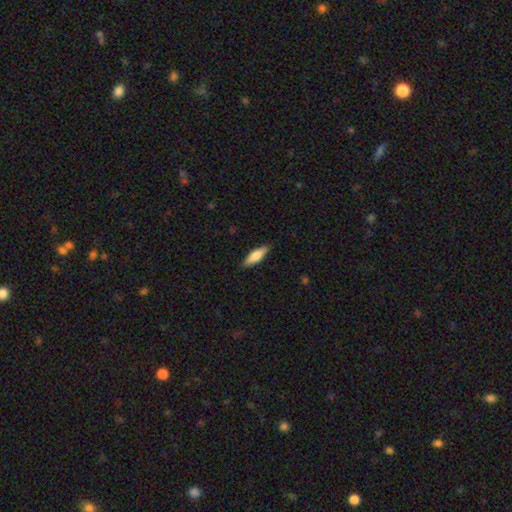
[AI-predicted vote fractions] Q: Smooth or featured?
A: smooth (68%); runner-up: featured or disk (26%)
Q: How rounded?
A: cigar-shaped (52%); runner-up: in between (46%)
Q: Merging?
A: none (87%); runner-up: minor disturbance (10%)